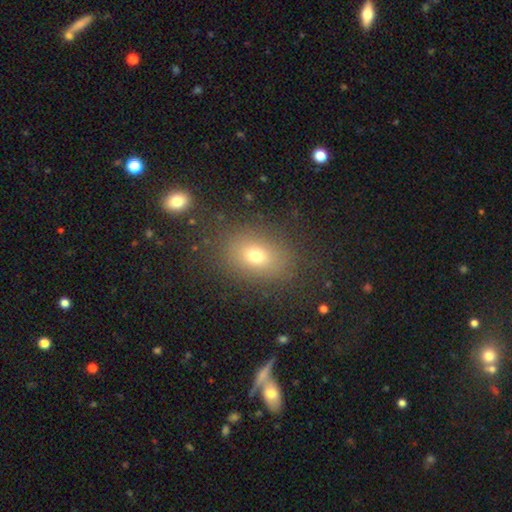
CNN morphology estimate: This is likely a smooth galaxy (72%). How rounded: likely in between (67%). Merging: clearly none (83%).